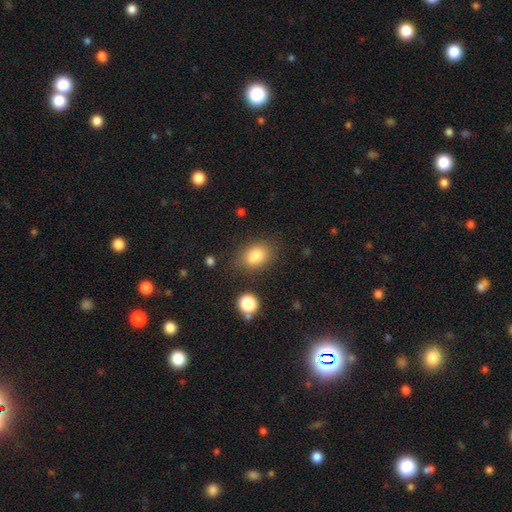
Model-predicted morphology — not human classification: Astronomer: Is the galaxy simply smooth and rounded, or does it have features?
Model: smooth — 83%.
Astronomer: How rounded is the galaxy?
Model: in between — 76%.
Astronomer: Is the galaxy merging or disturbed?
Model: none — 70%.